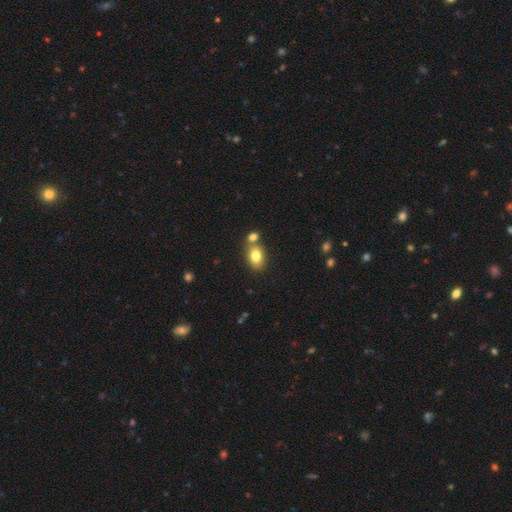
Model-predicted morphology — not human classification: Smooth or featured: smooth — 81% (featured or disk — 10%)
How rounded: in between — 79% (round — 19%)
Merging: none — 59% (merger — 27%)